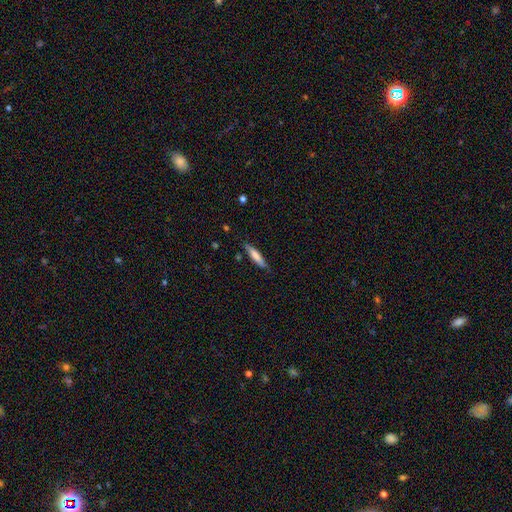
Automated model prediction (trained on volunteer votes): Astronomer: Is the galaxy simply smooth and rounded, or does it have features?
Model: smooth — 65%.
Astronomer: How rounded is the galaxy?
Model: cigar-shaped — 86%.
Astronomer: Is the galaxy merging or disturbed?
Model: none — 82%.